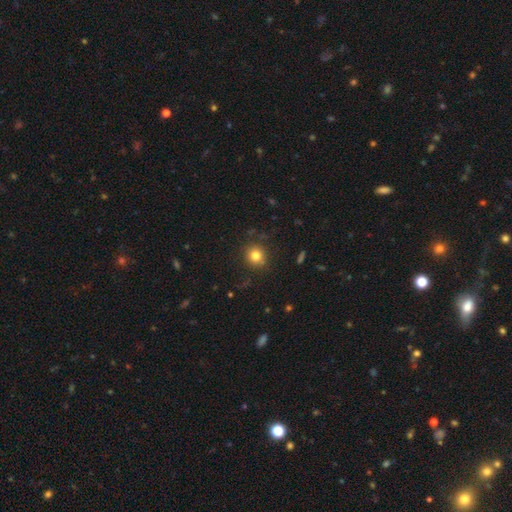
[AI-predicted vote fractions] smooth 80%, star or artifact 13%, featured or disk 7%. Down the decision tree: how rounded — round (89%); merging — none (86%).